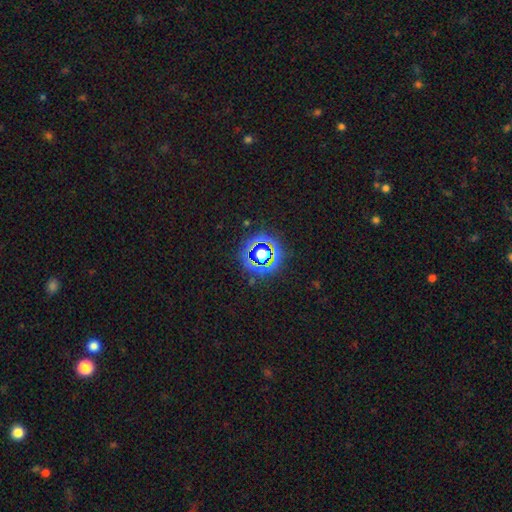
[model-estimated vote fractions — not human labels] Smooth or featured? star or artifact (68%)